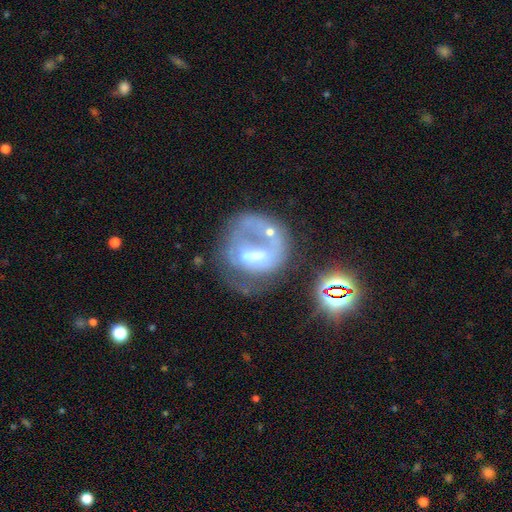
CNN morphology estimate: Smooth or featured? Predicted: featured or disk (p=0.64). Edge-on disk? Predicted: no (p=0.97). Bar? Predicted: no (p=0.55). Spiral arms? Predicted: no (p=0.58). Bulge size? Predicted: moderate (p=0.35). Merging? Predicted: major disturbance (p=0.35).